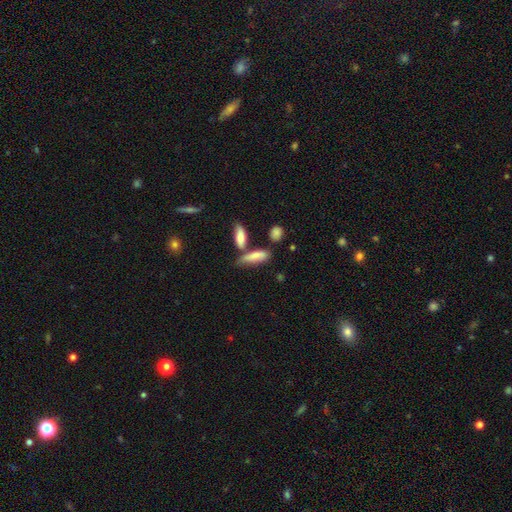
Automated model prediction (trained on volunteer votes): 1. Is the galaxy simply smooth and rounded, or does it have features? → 77% smooth, 16% featured or disk, 7% star or artifact.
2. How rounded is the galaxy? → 51% in between, 47% cigar-shaped, 2% round.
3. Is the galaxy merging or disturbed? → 46% none, 28% merger, 19% minor disturbance, 7% major disturbance.